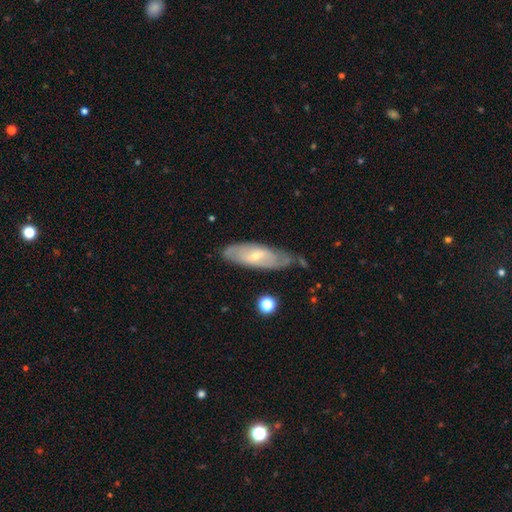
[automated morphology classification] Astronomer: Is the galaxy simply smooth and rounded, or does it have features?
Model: featured or disk — 56% (runner-up: smooth, 37%).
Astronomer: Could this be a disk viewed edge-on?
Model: no — 77%.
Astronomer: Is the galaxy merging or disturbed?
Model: none — 63%.